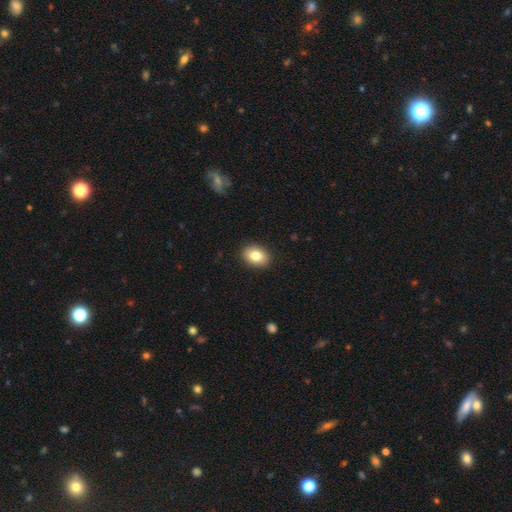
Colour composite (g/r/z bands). It shows a smooth galaxy with no disk features (78%) that is in between round and cigar-shaped (84%). Merging: none (83%).